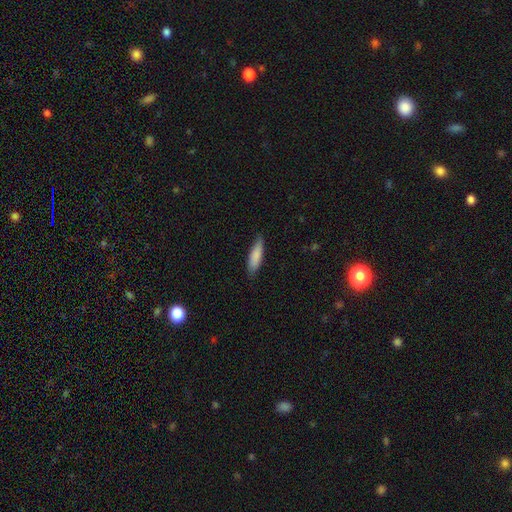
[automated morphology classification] smooth 83%, featured or disk 11%, star or artifact 5%. Down the decision tree: how rounded — cigar-shaped (62%); merging — none (81%).